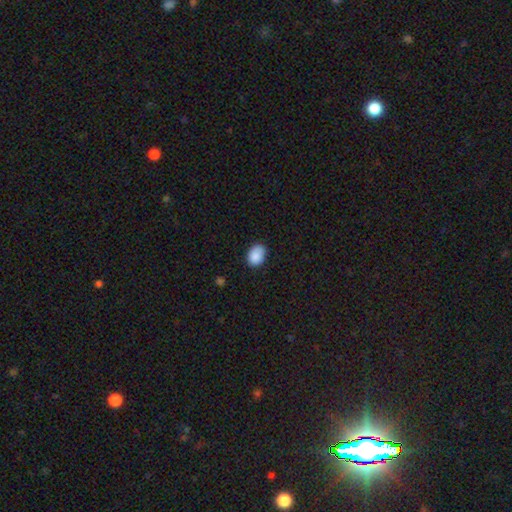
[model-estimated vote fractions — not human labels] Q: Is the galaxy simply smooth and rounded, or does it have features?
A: smooth — 88%.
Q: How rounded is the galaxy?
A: in between — 69%.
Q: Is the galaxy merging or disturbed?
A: none — 74%.